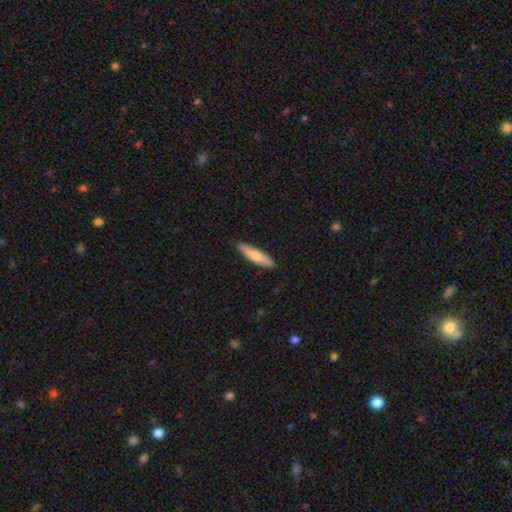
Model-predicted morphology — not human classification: A smooth galaxy with no disk features (74%) that is cigar-shaped (81%). Merging: none (89%).